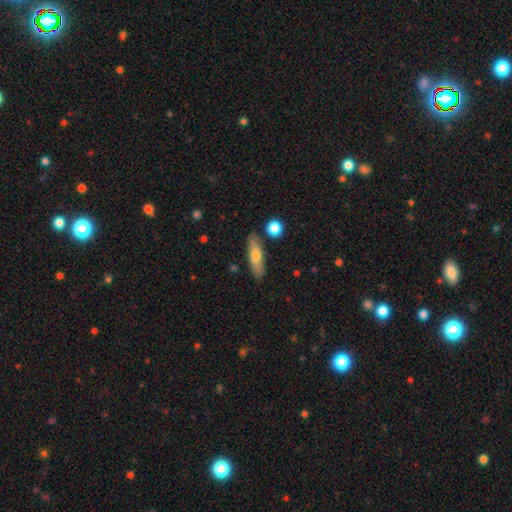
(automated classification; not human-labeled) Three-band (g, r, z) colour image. It shows a smooth galaxy with no disk features (66%) that is cigar-shaped (53%). Merging: none (82%).